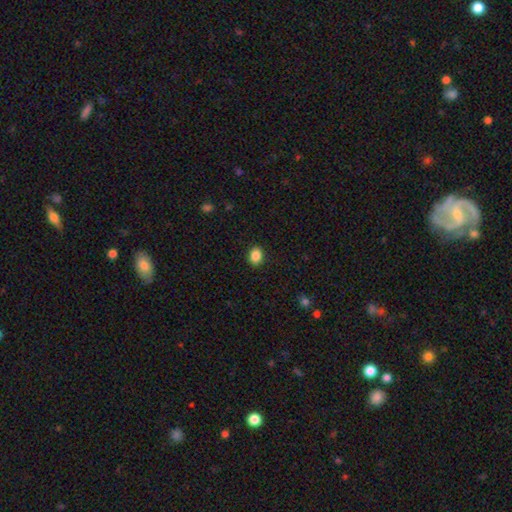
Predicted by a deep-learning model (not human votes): smooth-or-featured: smooth: 88% | star or artifact: 9% | featured or disk: 3%
  how-rounded: in between: 63% | round: 36% | cigar-shaped: 1%
  merging: none: 90% | minor disturbance: 7% | major disturbance: 2% | merger: 1%